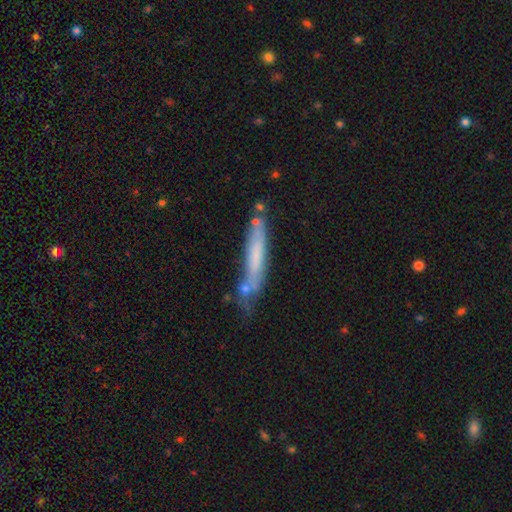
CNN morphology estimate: This appears to be a smooth galaxy with no disk features (57%) that is cigar-shaped (92%). Merging: none (62%).